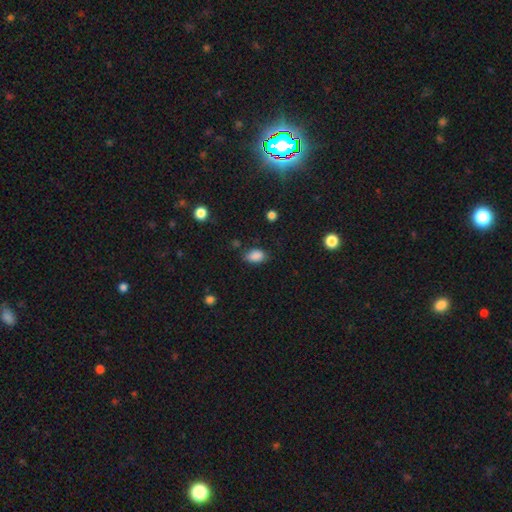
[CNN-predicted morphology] type=smooth (86%); roundness=in between (87%); merging=none (71%).